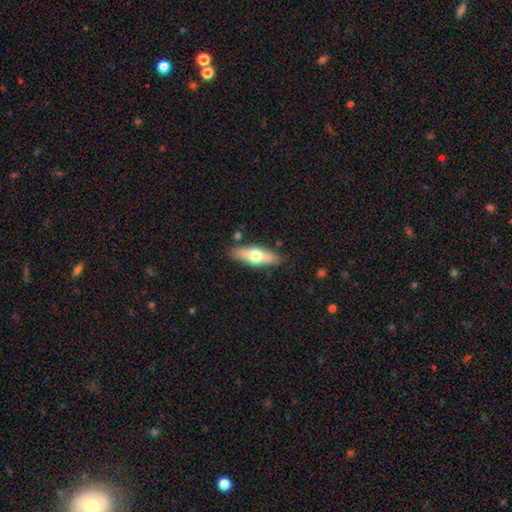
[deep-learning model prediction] smooth 53%, featured or disk 41%, star or artifact 6%. Down the decision tree: how rounded — in between (49%); merging — none (84%).